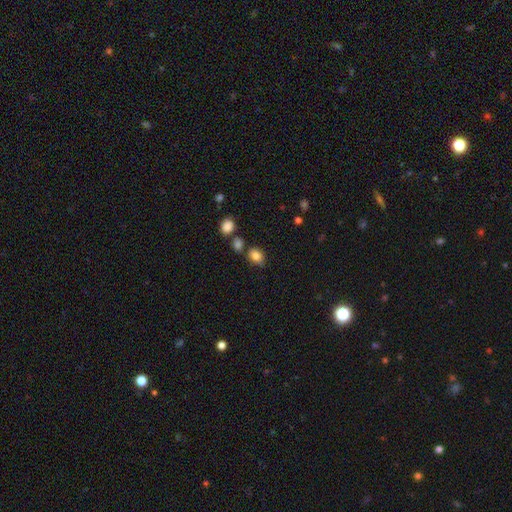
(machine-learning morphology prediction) This appears to be a smooth galaxy with no disk features (83%) that is in between round and cigar-shaped (64%). Merging: none (68%).